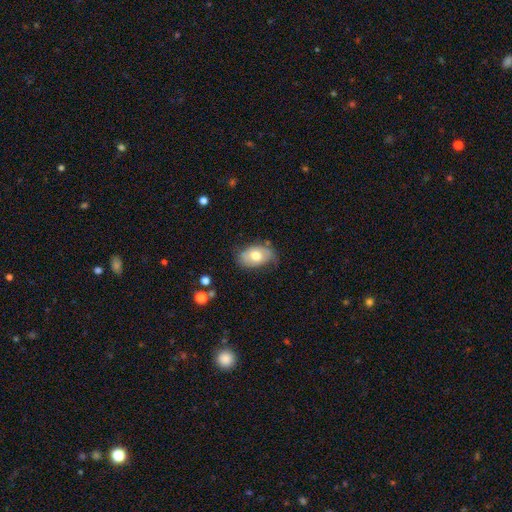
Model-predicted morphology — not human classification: Smooth or featured? Predicted: smooth (p=0.65). How rounded? Predicted: in between (p=0.88). Merging? Predicted: none (p=0.62).